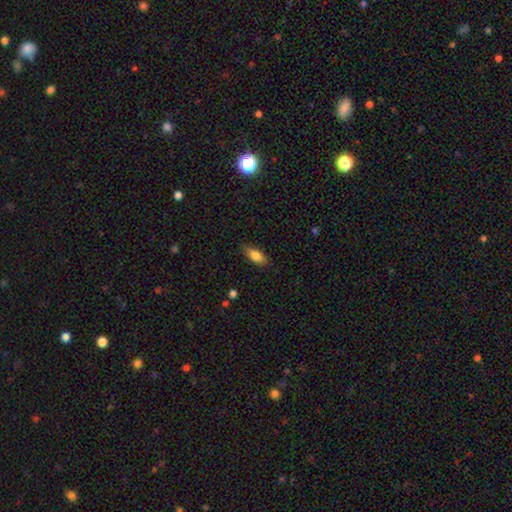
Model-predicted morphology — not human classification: Smooth or featured?
  - smooth: 82% *
  - featured or disk: 11%
  - star or artifact: 7%
How rounded?
  - in between: 83% *
  - cigar-shaped: 14%
  - round: 3%
Merging?
  - none: 83% *
  - minor disturbance: 13%
  - major disturbance: 3%
  - merger: 1%